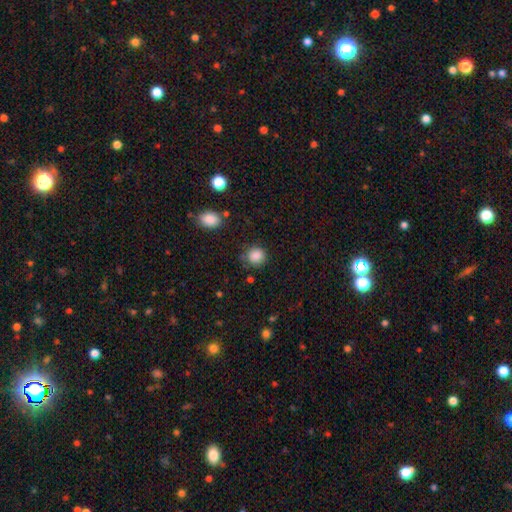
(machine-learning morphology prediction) Q: Smooth or featured?
A: smooth (87%); runner-up: star or artifact (9%)
Q: How rounded?
A: round (85%); runner-up: in between (14%)
Q: Merging?
A: none (75%); runner-up: minor disturbance (17%)